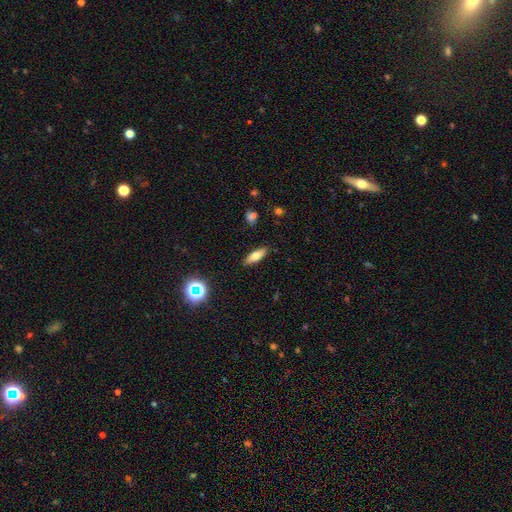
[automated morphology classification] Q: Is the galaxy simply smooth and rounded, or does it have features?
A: smooth — 64%.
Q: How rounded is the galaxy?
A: in between — 52%.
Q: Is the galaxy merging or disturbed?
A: none — 88%.